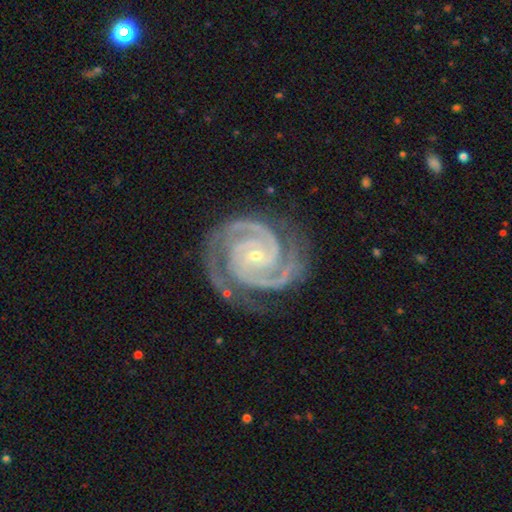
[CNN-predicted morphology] This is clearly a featured or disk galaxy (94%). It is clearly not viewed edge-on (98%). Bar: possibly no (49%). Spiral arm pattern: clearly yes (99%). Spiral arm count: likely 2 (61%). Spiral winding: likely tight (74%). Central bulge: likely small (74%). Merging: likely none (76%).